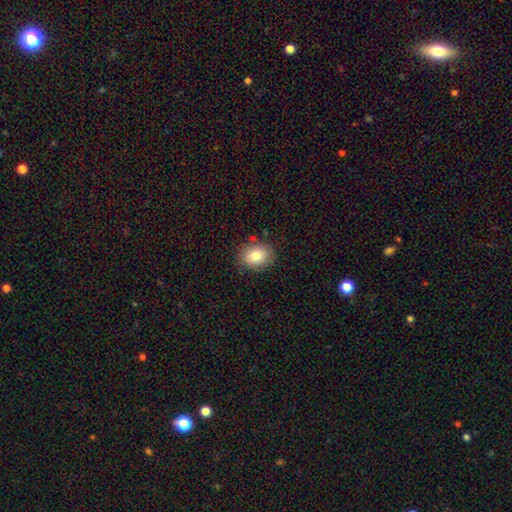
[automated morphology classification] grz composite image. It shows a smooth galaxy with no disk features (82%) that is in between round and cigar-shaped (56%). Merging: none (84%).